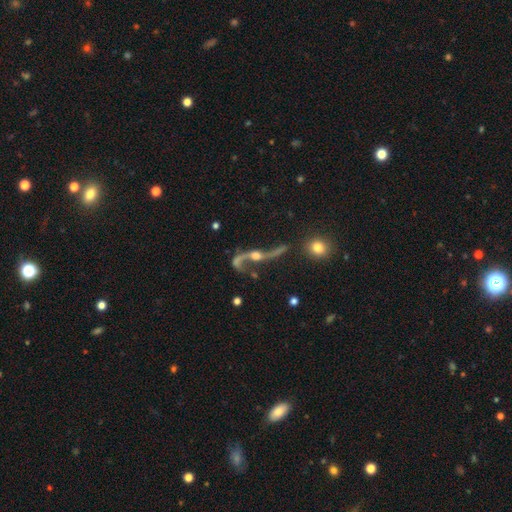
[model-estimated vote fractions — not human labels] Smooth or featured? featured or disk (86%)
Edge-on disk? no (79%)
Bar? no (62%)
Spiral arms? yes (91%)
Spiral winding? loose (92%)
Spiral arm count? 2 (90%)
Bulge size? moderate (54%)
Merging? none (54%)